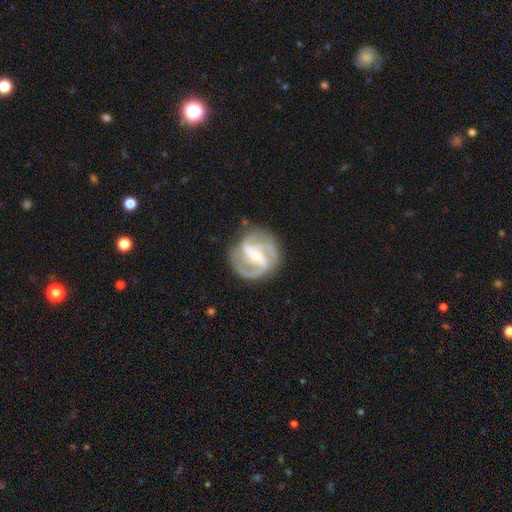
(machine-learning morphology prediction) Q: Smooth or featured?
A: featured or disk (91%); runner-up: smooth (5%)
Q: Edge-on disk?
A: no (98%); runner-up: yes (2%)
Q: Bar?
A: strong (58%); runner-up: weak (32%)
Q: Spiral arms?
A: yes (98%); runner-up: no (2%)
Q: Spiral winding?
A: medium (53%); runner-up: tight (32%)
Q: Spiral arm count?
A: 2 (41%); tied with: 3 (41%)
Q: Bulge size?
A: small (57%); runner-up: moderate (39%)
Q: Merging?
A: none (77%); runner-up: minor disturbance (15%)